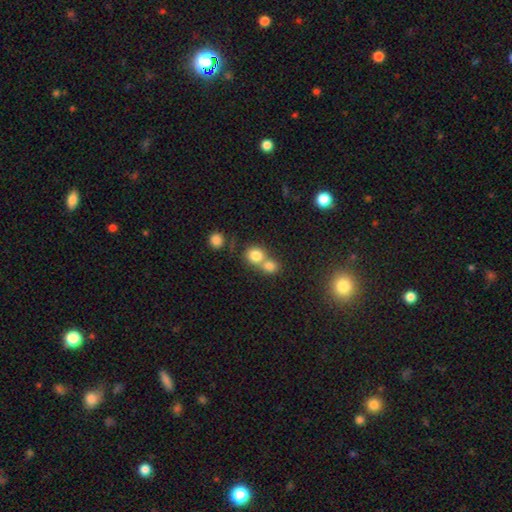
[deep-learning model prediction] smooth_or_featured: smooth (p=0.80) [alt: star or artifact p=0.12]
how_rounded: round (p=0.86) [alt: in between p=0.13]
merging: merger (p=0.54) [alt: none p=0.39]